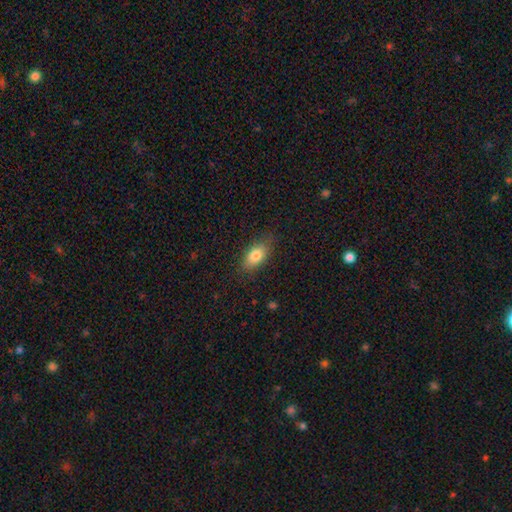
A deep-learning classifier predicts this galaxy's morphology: Overall: smooth (80%). How rounded: in between (87%). Merging: none (80%).